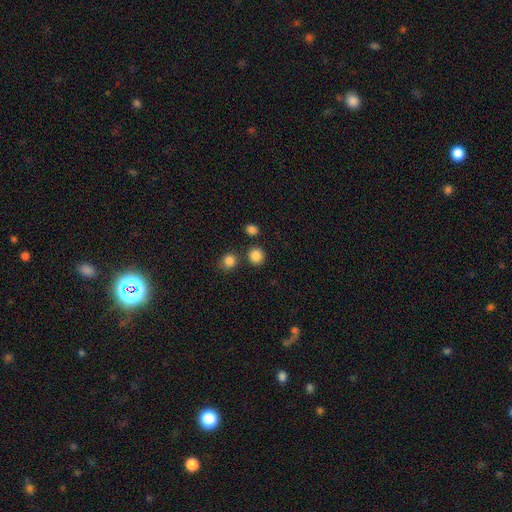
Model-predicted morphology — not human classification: type=smooth (85%); roundness=round (87%); merging=none (81%).